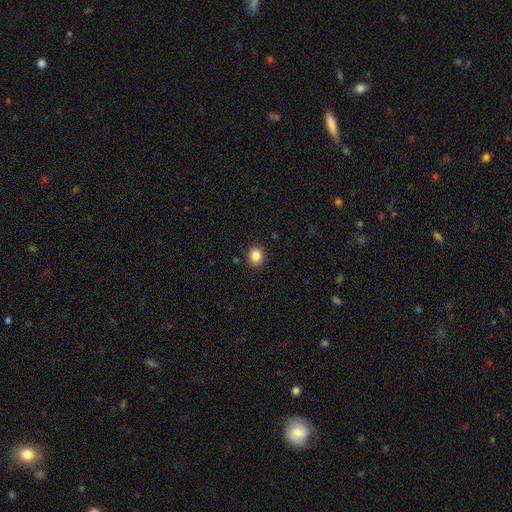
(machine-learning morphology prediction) type=smooth (85%); roundness=round (80%); merging=none (91%).